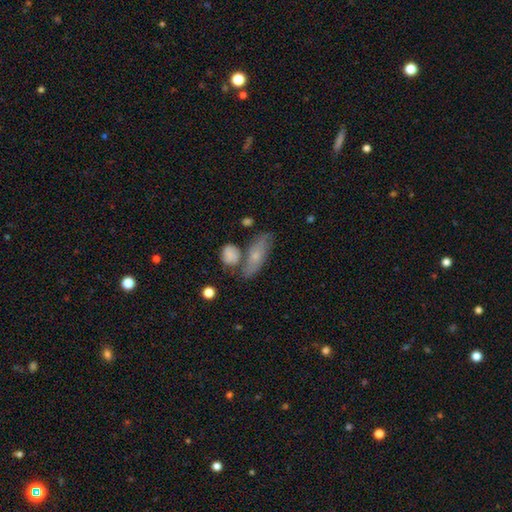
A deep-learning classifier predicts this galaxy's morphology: Smooth or featured? Predicted: smooth (p=0.57). How rounded? Predicted: in between (p=0.63). Merging? Predicted: none (p=0.54).